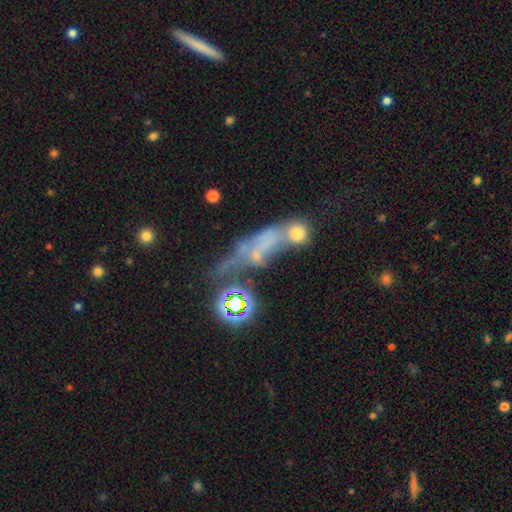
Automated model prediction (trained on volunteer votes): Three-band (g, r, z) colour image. It shows a smooth galaxy with no disk features (40%). Merging: merger (51%).